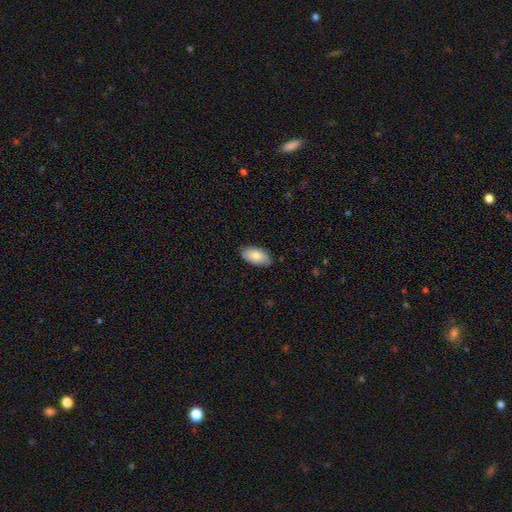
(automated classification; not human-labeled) smooth 79%, featured or disk 15%, star or artifact 6%. Down the decision tree: how rounded — in between (94%); merging — none (84%).